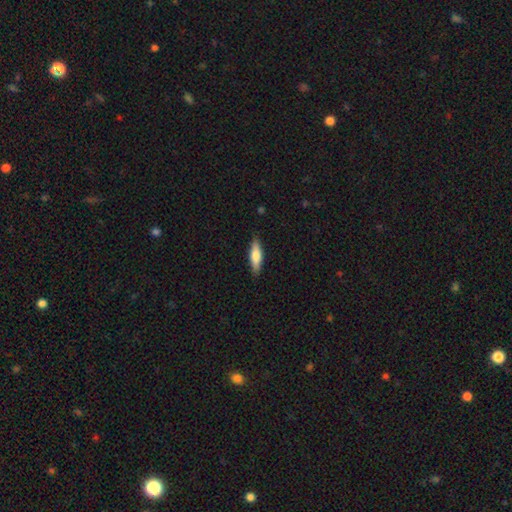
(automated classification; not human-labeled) Overall: smooth (71%). How rounded: cigar-shaped (58%; in between 40%). Merging: none (87%).